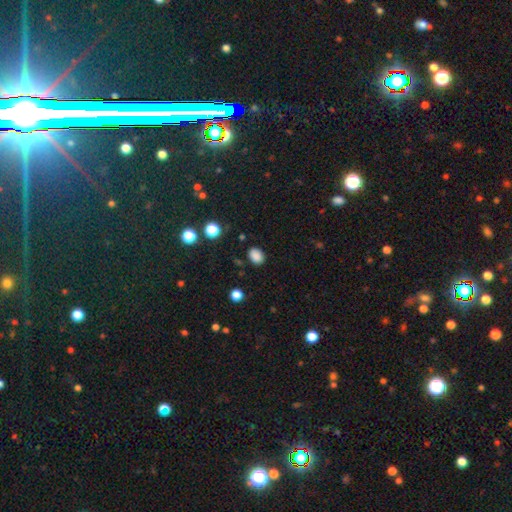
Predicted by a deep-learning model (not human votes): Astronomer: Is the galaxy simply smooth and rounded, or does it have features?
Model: smooth — 85%.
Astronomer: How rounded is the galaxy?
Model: in between — 63%.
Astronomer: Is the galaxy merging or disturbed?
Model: none — 83%.